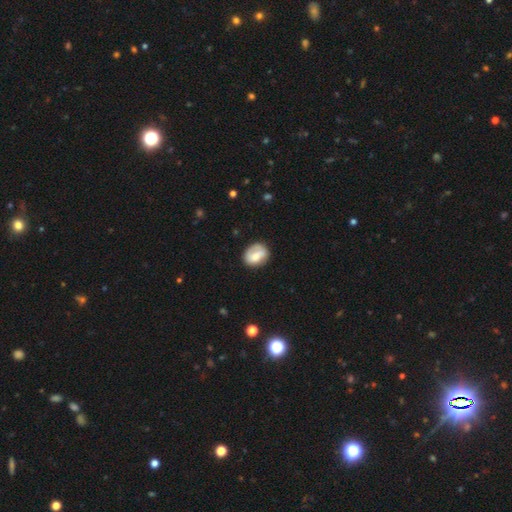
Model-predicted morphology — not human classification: This is likely a smooth galaxy (67%). How rounded: possibly round (51%). Merging: likely none (66%).